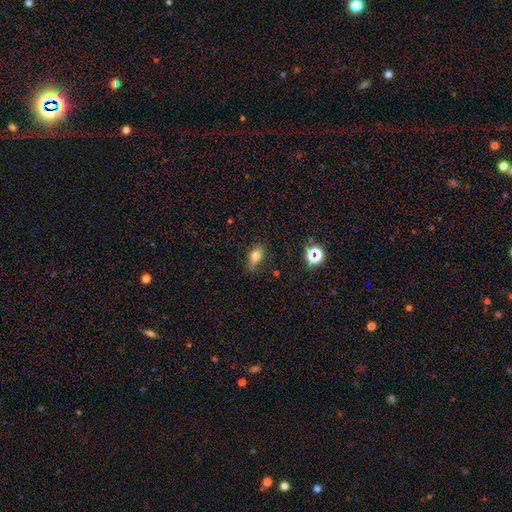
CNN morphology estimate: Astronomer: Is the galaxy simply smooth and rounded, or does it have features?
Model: smooth — 71%.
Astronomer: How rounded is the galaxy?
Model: in between — 75%.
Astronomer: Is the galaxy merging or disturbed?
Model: none — 58%.